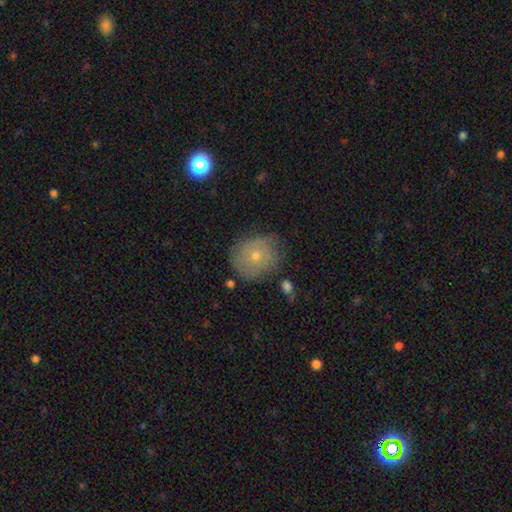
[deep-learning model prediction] Morphology: type=smooth (52%); roundness=round (79%); merging=none (66%).